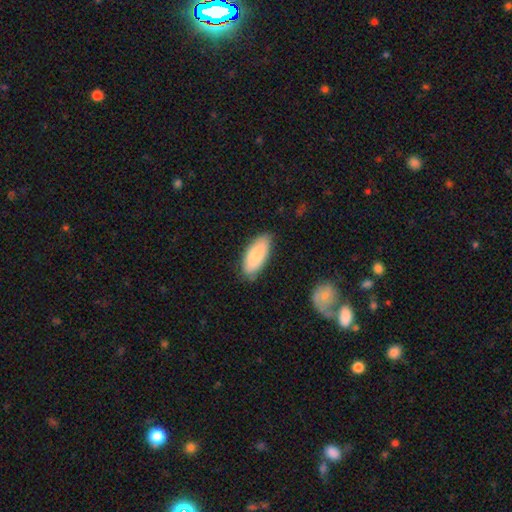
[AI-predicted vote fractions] A smooth galaxy with no disk features (84%) that is in between round and cigar-shaped (83%).

Vote fractions:
- Smooth or featured? smooth: 84% / featured or disk: 10% / star or artifact: 6%
- How rounded? in between: 83% / cigar-shaped: 15% / round: 2%
- Merging? none: 79% / minor disturbance: 16% / major disturbance: 3% / merger: 2%